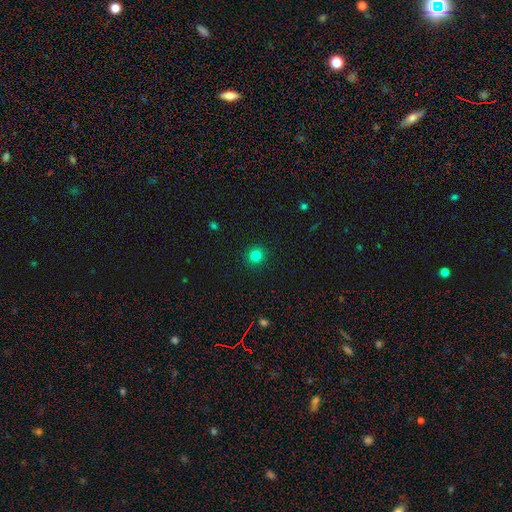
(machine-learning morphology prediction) type=smooth (81%); roundness=round (93%); merging=none (92%).